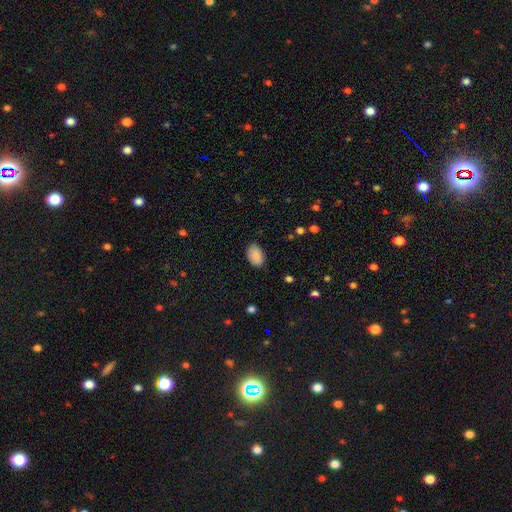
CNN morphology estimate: A smooth galaxy with no disk features (89%) that is in between round and cigar-shaped (90%). Merging: none (83%).